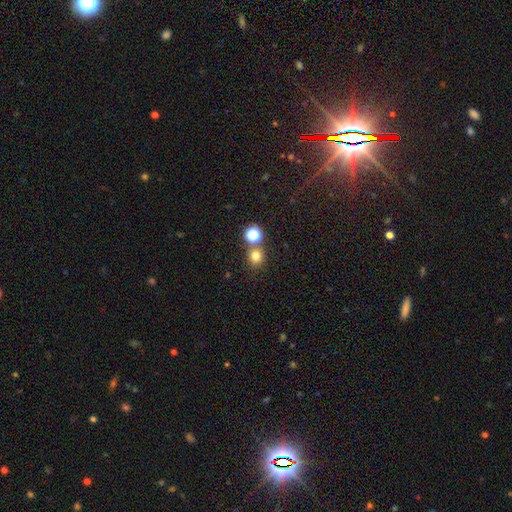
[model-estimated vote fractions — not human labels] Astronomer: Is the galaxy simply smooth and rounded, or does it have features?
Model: smooth — 76%.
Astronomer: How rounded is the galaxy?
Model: round — 87%.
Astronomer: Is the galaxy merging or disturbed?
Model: none — 73%.